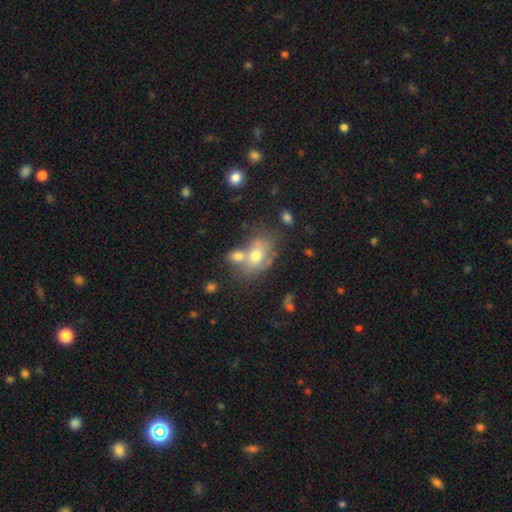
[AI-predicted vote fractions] Morphology: type=smooth (63%); roundness=in between (74%); merging=merger (42%).